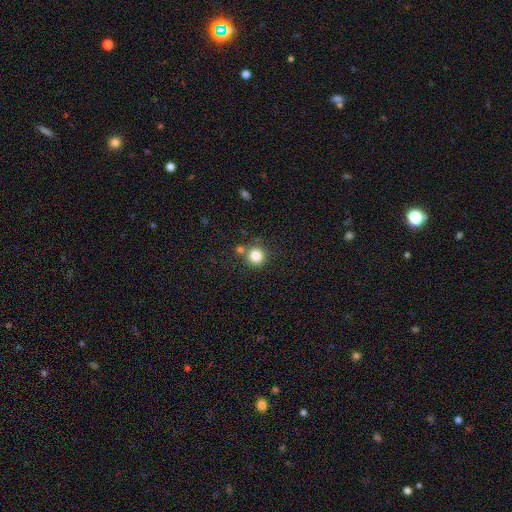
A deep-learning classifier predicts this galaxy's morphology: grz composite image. It shows a smooth galaxy with no disk features (83%) that is round (93%). Merging: none (76%).